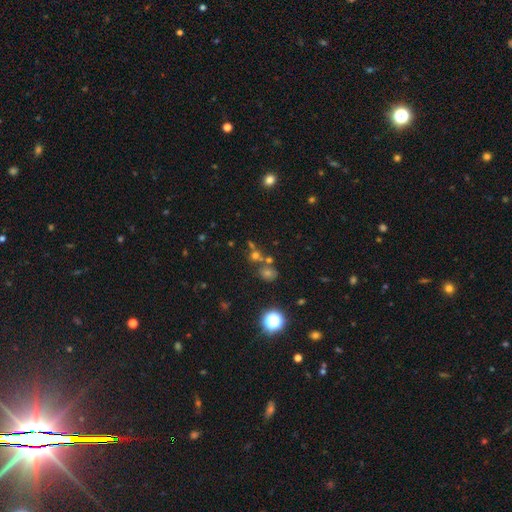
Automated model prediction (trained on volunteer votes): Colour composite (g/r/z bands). It shows a smooth galaxy with no disk features (49%). Merging: none (56%).